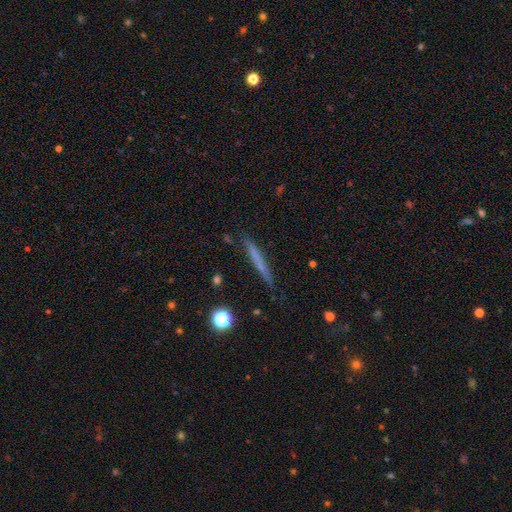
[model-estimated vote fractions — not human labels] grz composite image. It shows a smooth galaxy with no disk features (48%). Merging: none (86%).